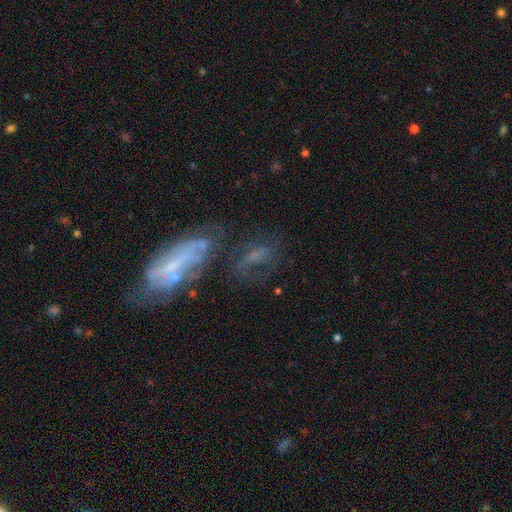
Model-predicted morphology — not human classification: featured or disk 52%, smooth 30%, star or artifact 18%. Down the decision tree: edge-on disk — no (86%); merging — none (39%).